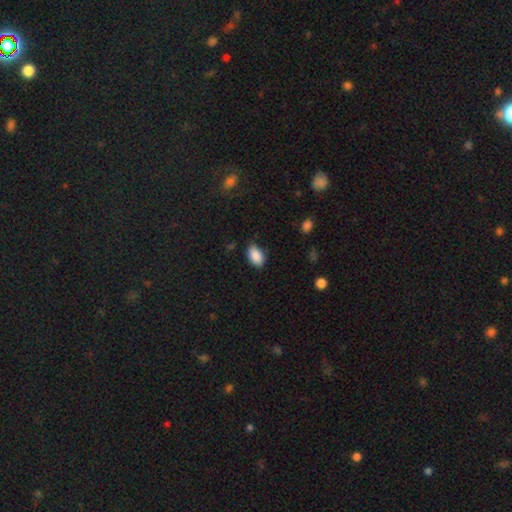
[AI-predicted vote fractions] This appears to be a smooth galaxy with no disk features (89%) that is in between round and cigar-shaped (92%). Merging: none (77%).